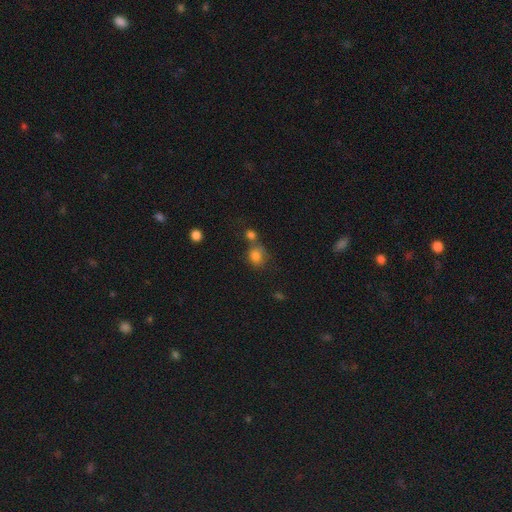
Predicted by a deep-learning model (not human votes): Morphology: type=smooth (80%); roundness=round (66%); merging=none (47%).